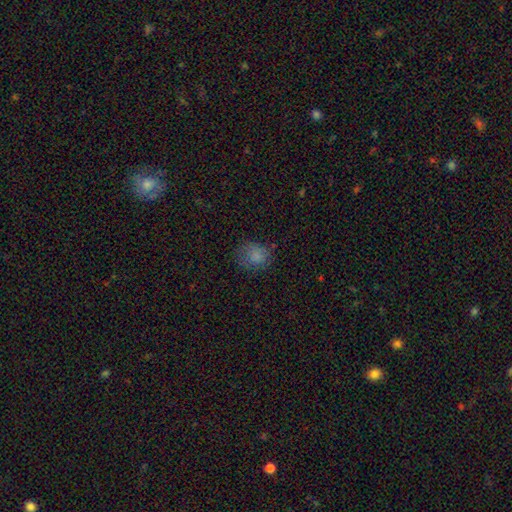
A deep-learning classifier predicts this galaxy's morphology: A smooth galaxy with no disk features (78%) that is round (69%). Merging: none (65%).